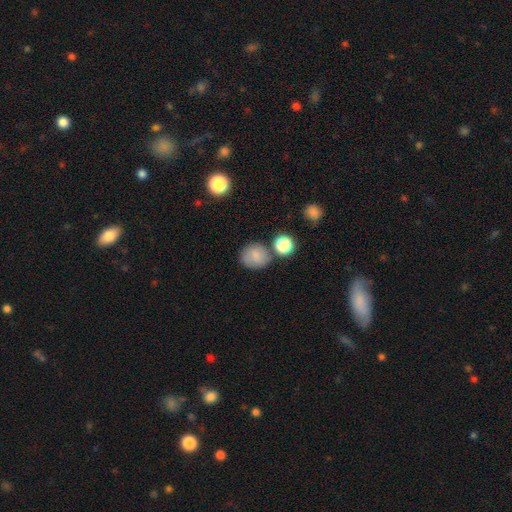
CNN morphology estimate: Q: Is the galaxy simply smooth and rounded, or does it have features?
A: smooth — 80%.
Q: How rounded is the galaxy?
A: round — 80%.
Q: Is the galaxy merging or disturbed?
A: none — 68%.